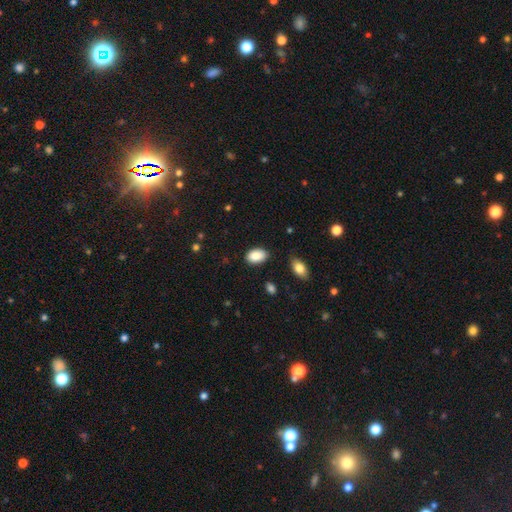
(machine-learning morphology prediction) This is clearly a smooth galaxy (88%). How rounded: clearly in between (91%). Merging: clearly none (83%).